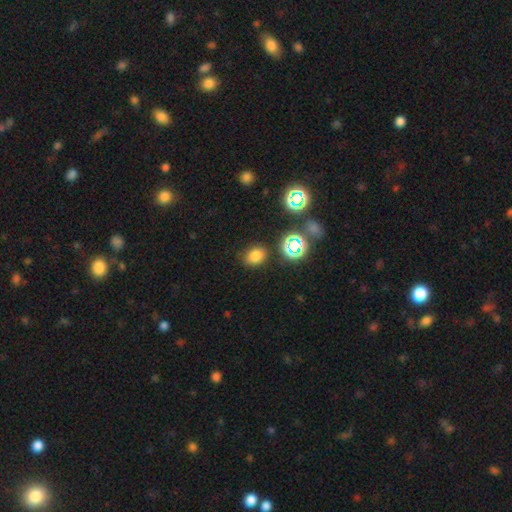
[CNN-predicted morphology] smooth-or-featured: smooth: 75% | star or artifact: 19% | featured or disk: 6%
  how-rounded: in between: 56% | round: 43% | cigar-shaped: 1%
  merging: none: 82% | minor disturbance: 11% | major disturbance: 4% | merger: 3%